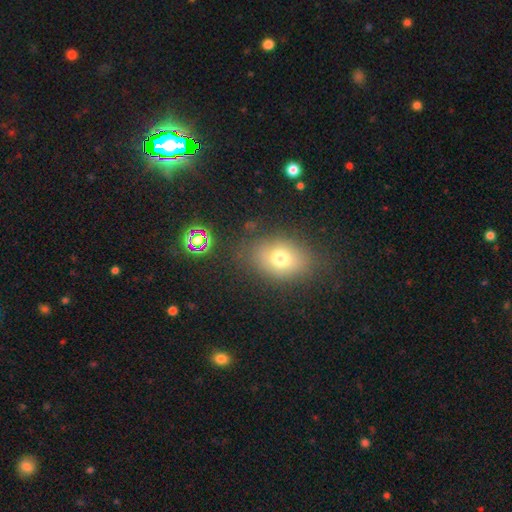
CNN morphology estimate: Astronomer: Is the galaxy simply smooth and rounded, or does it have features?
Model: smooth — 62%.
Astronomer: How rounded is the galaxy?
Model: in between — 70%.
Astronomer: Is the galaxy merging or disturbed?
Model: none — 86%.